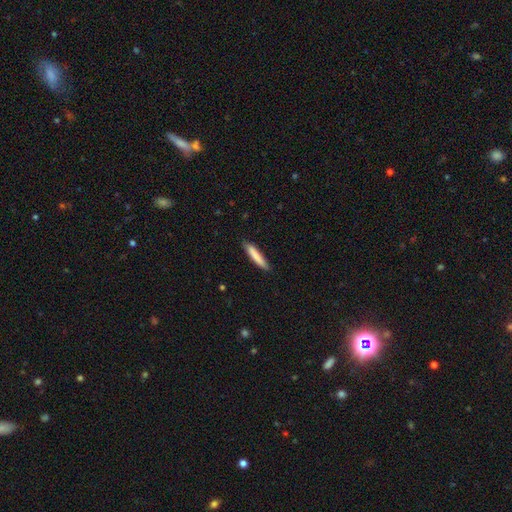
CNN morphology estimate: Smooth or featured? smooth (83%)
How rounded? cigar-shaped (90%)
Merging? none (87%)